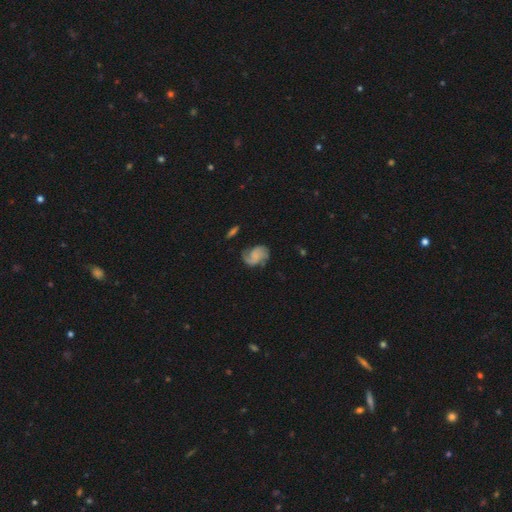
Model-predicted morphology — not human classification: A featured or disk galaxy (70%) with no bar (66%), 2 (74%) medium (42%) spiral arms (94%) and no central bulge (63%). Merging: none (61%).